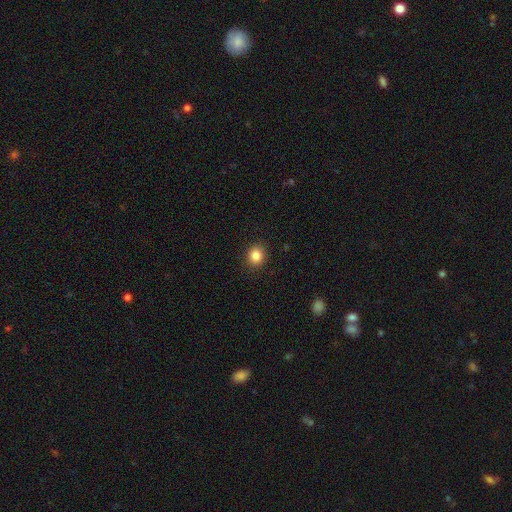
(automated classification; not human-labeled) A smooth galaxy with no disk features (86%) that is round (71%).

Vote fractions:
- Smooth or featured? smooth: 86% / star or artifact: 10% / featured or disk: 4%
- How rounded? round: 71% / in between: 28% / cigar-shaped: 1%
- Merging? none: 89% / minor disturbance: 7% / major disturbance: 2% / merger: 1%